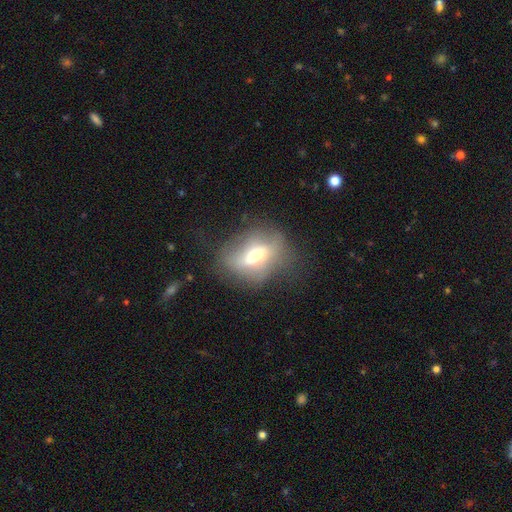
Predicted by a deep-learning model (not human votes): A smooth galaxy with no disk features (45%).

Vote fractions:
- Smooth or featured? smooth: 45% / featured or disk: 44% / star or artifact: 11%
- Merging? none: 52% / minor disturbance: 25% / major disturbance: 20% / merger: 3%